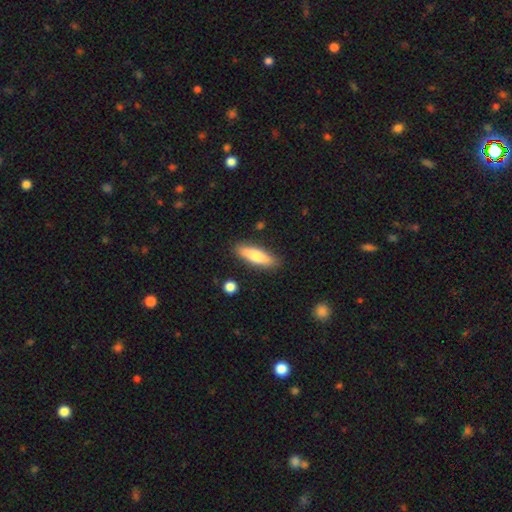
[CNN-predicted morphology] Smooth or featured? smooth (74%)
How rounded? cigar-shaped (58%)
Merging? none (85%)